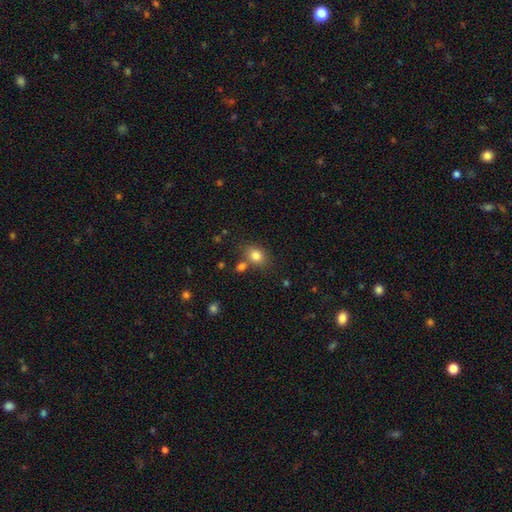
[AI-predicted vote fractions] smooth_or_featured: smooth (p=0.81) [alt: star or artifact p=0.11]
how_rounded: in between (p=0.56) [alt: round p=0.42]
merging: none (p=0.67) [alt: merger p=0.16]